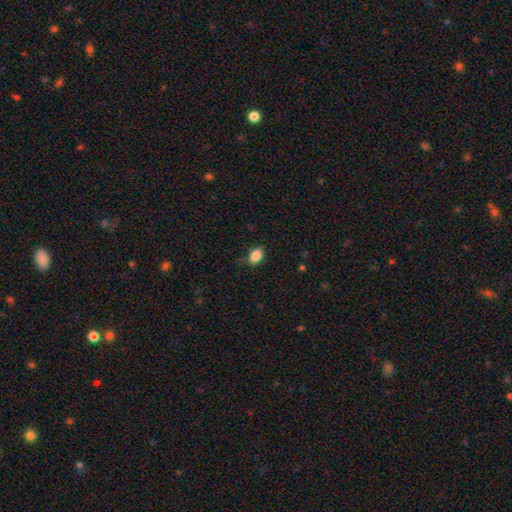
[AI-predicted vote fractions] Smooth or featured? smooth (87%)
How rounded? in between (88%)
Merging? none (73%)